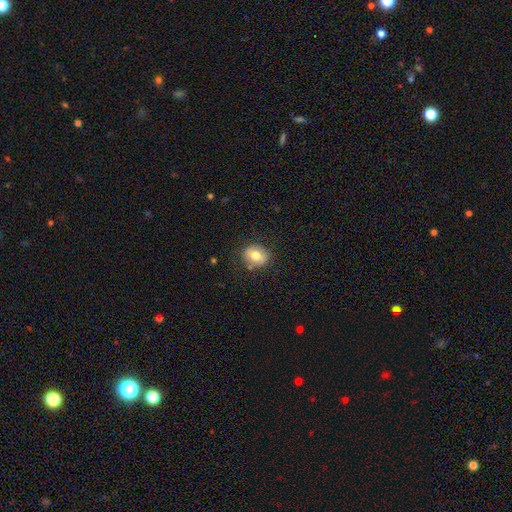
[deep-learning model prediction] smooth_or_featured: smooth (p=0.70) [alt: featured or disk p=0.20]
how_rounded: round (p=0.67) [alt: in between p=0.32]
merging: none (p=0.79) [alt: minor disturbance p=0.15]